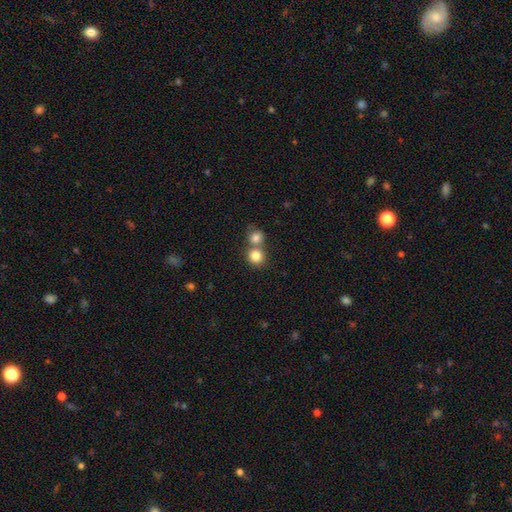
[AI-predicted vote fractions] This is clearly a smooth galaxy (82%). How rounded: clearly round (86%). Merging: possibly none (46%, tied with merger).